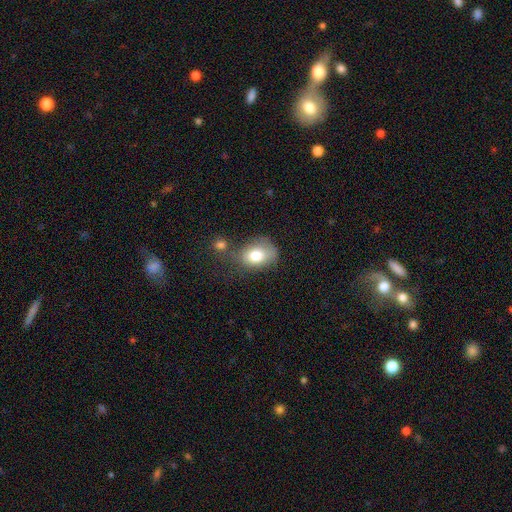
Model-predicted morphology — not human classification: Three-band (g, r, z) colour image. It shows a smooth galaxy with no disk features (78%) that is in between round and cigar-shaped (68%). Merging: none (44%).